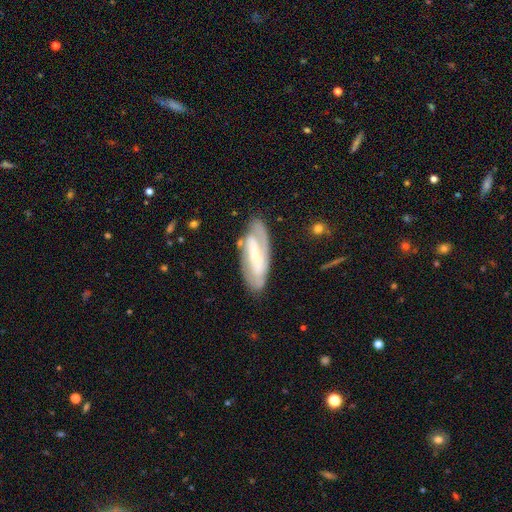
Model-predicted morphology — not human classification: featured or disk 76%, smooth 18%, star or artifact 6%. Down the decision tree: edge-on disk — no (89%); bar — strong (56%); spiral arms — yes (84%); spiral arm count — 2 (72%); spiral winding — tight (45%); bulge size — small (66%); merging — none (78%).